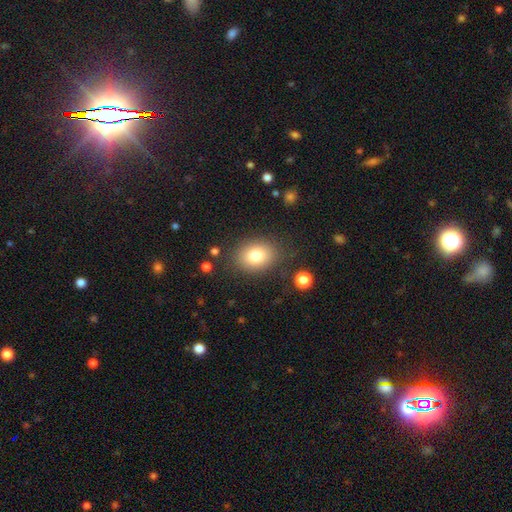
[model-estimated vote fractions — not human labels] smooth 80%, star or artifact 10%, featured or disk 10%. Down the decision tree: how rounded — in between (56%); merging — none (82%).